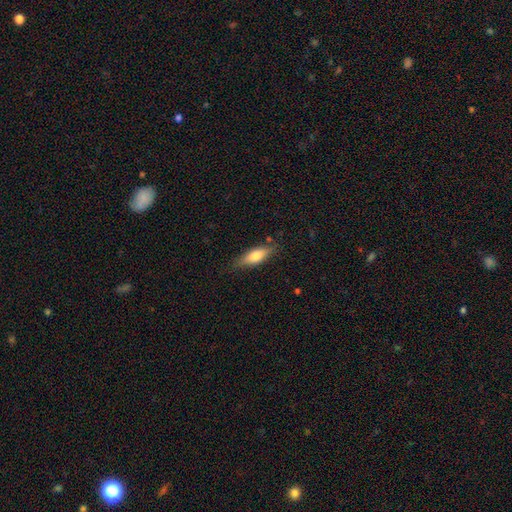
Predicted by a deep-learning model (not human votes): Q: Smooth or featured?
A: smooth (69%); runner-up: featured or disk (25%)
Q: How rounded?
A: in between (59%); runner-up: cigar-shaped (39%)
Q: Merging?
A: none (79%); runner-up: minor disturbance (16%)